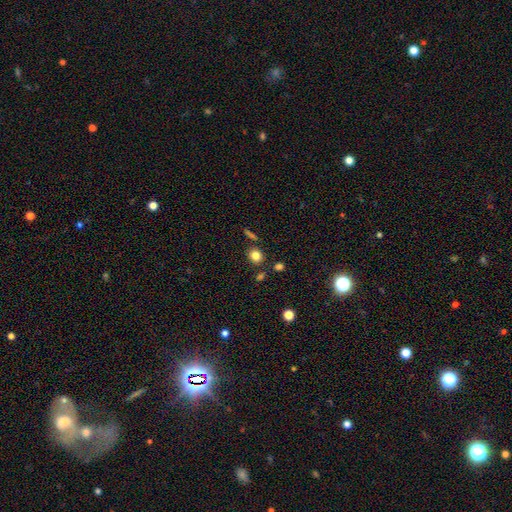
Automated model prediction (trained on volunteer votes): Overall: smooth (80%). How rounded: round (77%). Merging: none (80%).